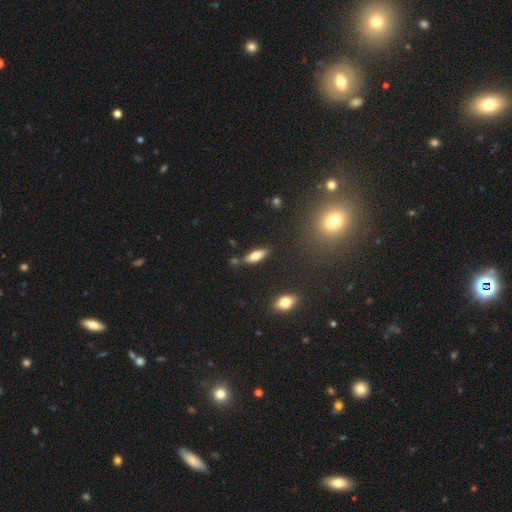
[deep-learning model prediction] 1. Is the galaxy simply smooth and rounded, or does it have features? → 72% smooth, 20% featured or disk, 8% star or artifact.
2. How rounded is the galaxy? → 57% in between, 41% cigar-shaped, 2% round.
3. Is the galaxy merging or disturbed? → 72% none, 16% minor disturbance, 8% merger, 4% major disturbance.